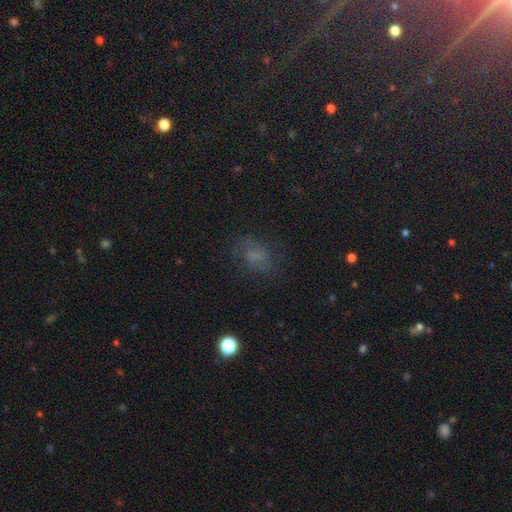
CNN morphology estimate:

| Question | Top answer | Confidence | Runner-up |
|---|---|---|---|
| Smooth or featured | smooth | 52% | star or artifact (26%) |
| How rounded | in between | 73% | round (24%) |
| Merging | none | 66% | minor disturbance (19%) |